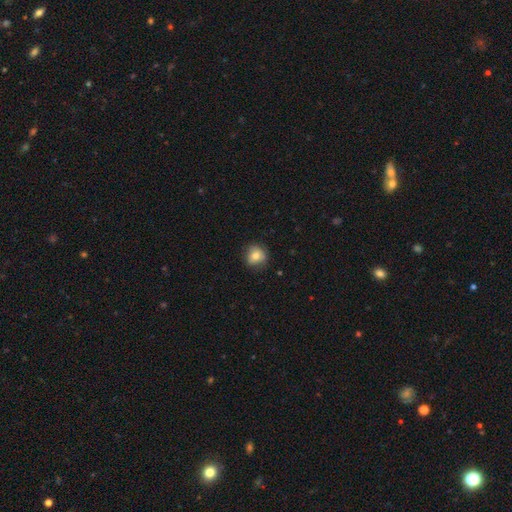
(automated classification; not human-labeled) This is likely a smooth galaxy (77%). How rounded: clearly round (81%). Merging: likely none (77%).